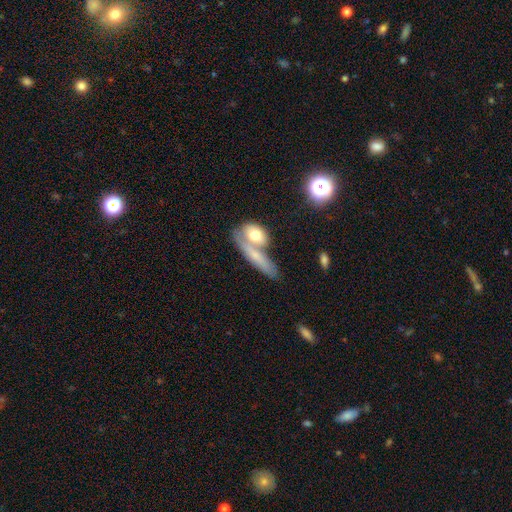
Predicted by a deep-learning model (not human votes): smooth-or-featured: smooth: 60% | featured or disk: 31% | star or artifact: 8%
  how-rounded: cigar-shaped: 43% | in between: 42% | round: 15%
  merging: merger: 45% | none: 38% | minor disturbance: 11% | major disturbance: 6%